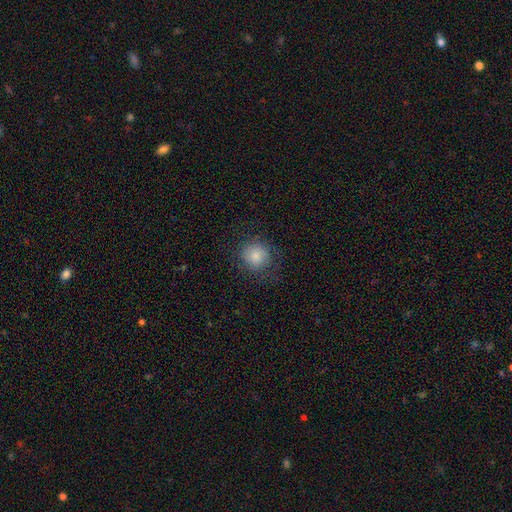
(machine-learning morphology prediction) smooth-or-featured: smooth: 81% | featured or disk: 10% | star or artifact: 9%
  how-rounded: round: 88% | in between: 11% | cigar-shaped: 1%
  merging: none: 75% | minor disturbance: 16% | major disturbance: 9% | merger: 1%